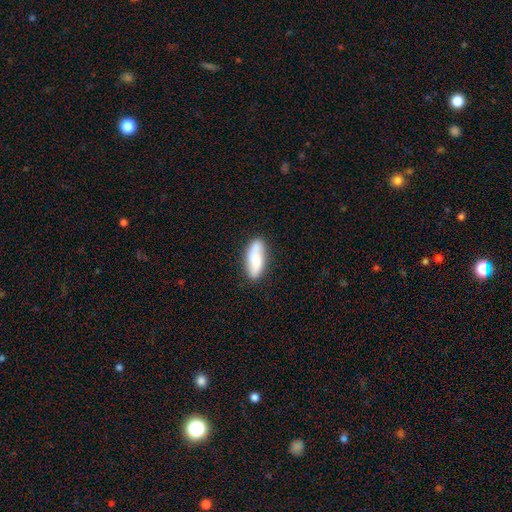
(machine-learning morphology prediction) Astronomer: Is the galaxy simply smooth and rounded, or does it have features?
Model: smooth — 69%.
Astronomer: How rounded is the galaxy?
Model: in between — 64%.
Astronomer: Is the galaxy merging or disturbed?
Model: none — 75%.